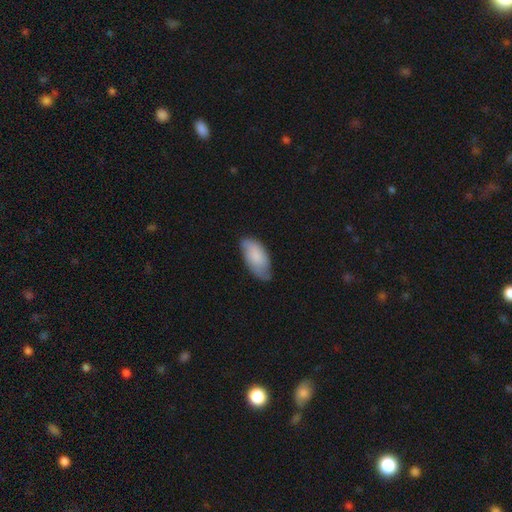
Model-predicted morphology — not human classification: The model was most divided on "merging": none: 64%, minor disturbance: 29%, major disturbance: 5%, merger: 1%. More confident: how rounded — in between (93%); smooth or featured — smooth (78%).